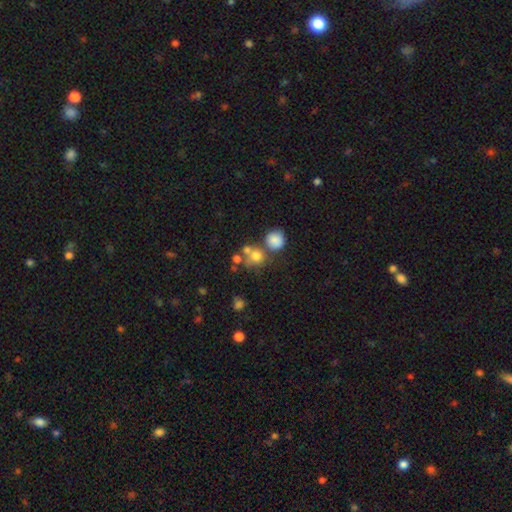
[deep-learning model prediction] Morphology: type=smooth (70%); roundness=round (83%); merging=none (45%).